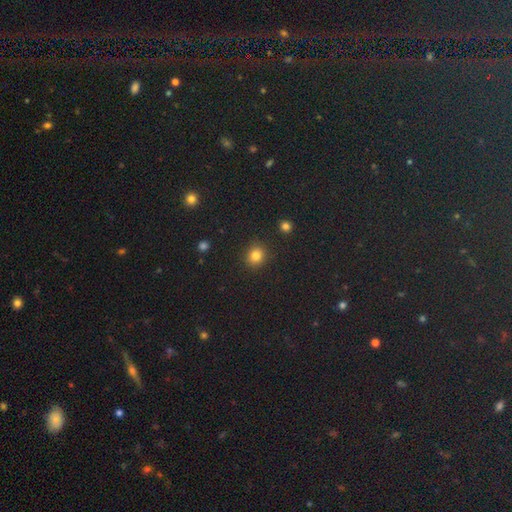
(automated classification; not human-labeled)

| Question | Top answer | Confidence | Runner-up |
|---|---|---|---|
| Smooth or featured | smooth | 82% | star or artifact (13%) |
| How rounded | round | 85% | in between (14%) |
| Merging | none | 89% | minor disturbance (7%) |